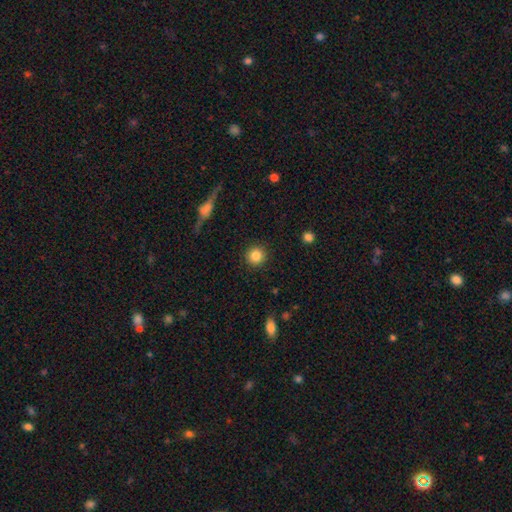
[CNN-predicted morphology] A smooth galaxy with no disk features (85%) that is round (94%). Merging: none (91%).